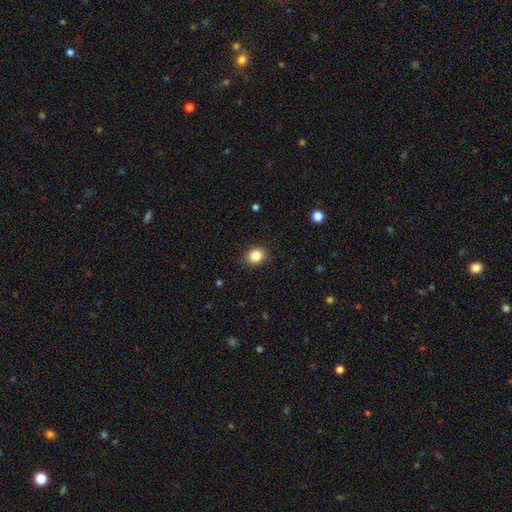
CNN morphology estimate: smooth-or-featured: smooth: 85% | star or artifact: 10% | featured or disk: 5%
  how-rounded: round: 67% | in between: 32% | cigar-shaped: 1%
  merging: none: 88% | minor disturbance: 9% | major disturbance: 2% | merger: 1%